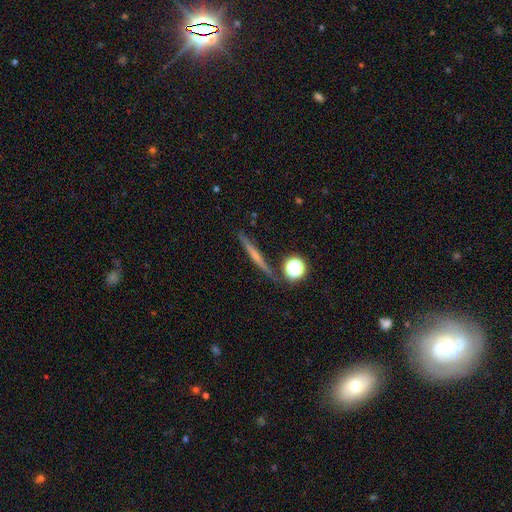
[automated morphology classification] Smooth or featured?
  - featured or disk: 52% *
  - smooth: 38%
  - star or artifact: 10%
Edge-on disk?
  - yes: 95% *
  - no: 5%
Merging?
  - none: 85% *
  - minor disturbance: 9%
  - merger: 4%
  - major disturbance: 3%